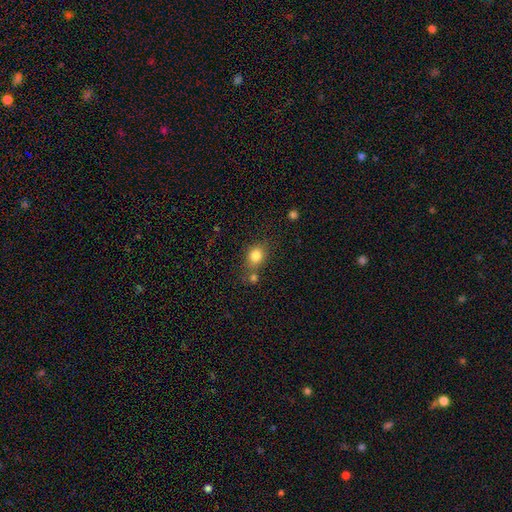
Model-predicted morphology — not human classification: smooth 82%, star or artifact 11%, featured or disk 7%. Down the decision tree: how rounded — round (60%); merging — none (64%).